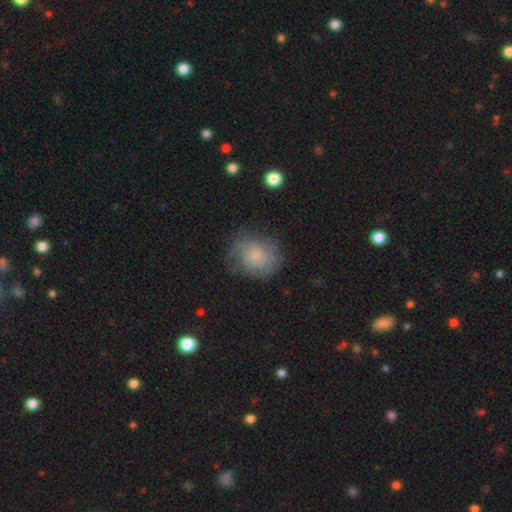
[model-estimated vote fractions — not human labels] This appears to be a smooth galaxy with no disk features (55%) that is round (70%). Merging: none (67%).